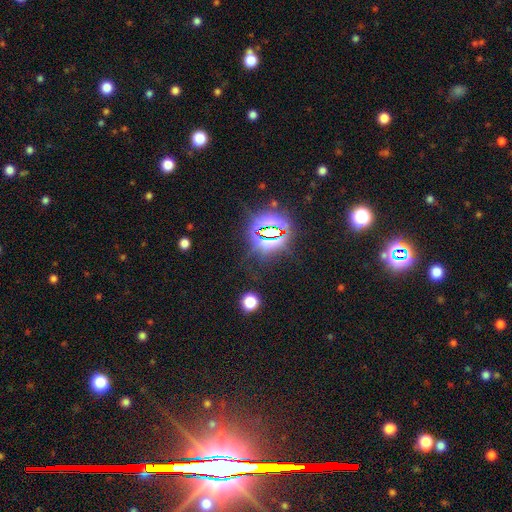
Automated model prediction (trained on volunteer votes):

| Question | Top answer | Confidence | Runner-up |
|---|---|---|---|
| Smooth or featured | star or artifact | 80% | smooth (12%) |